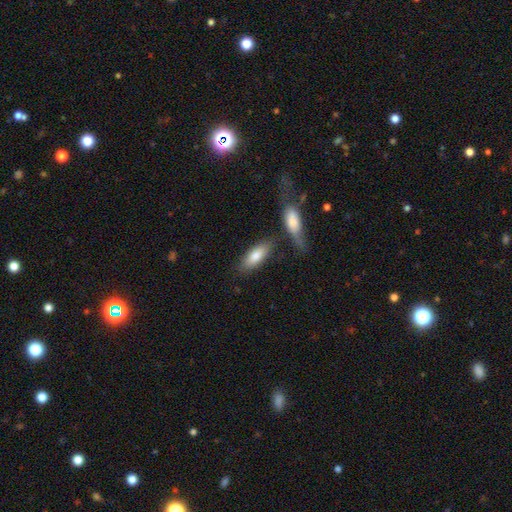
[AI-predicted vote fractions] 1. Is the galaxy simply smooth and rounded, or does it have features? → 77% smooth, 16% featured or disk, 6% star or artifact.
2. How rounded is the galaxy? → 71% in between, 27% cigar-shaped, 2% round.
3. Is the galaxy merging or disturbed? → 65% none, 15% minor disturbance, 15% merger, 5% major disturbance.